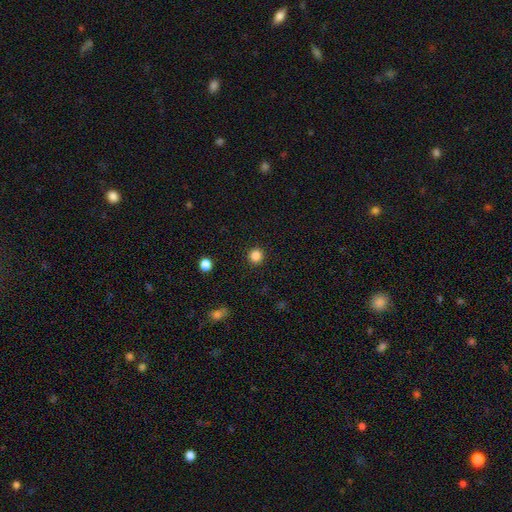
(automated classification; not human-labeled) Smooth or featured?
  - smooth: 85% *
  - star or artifact: 12%
  - featured or disk: 3%
How rounded?
  - round: 95% *
  - in between: 4%
  - cigar-shaped: 1%
Merging?
  - none: 93% *
  - minor disturbance: 5%
  - major disturbance: 2%
  - merger: 1%